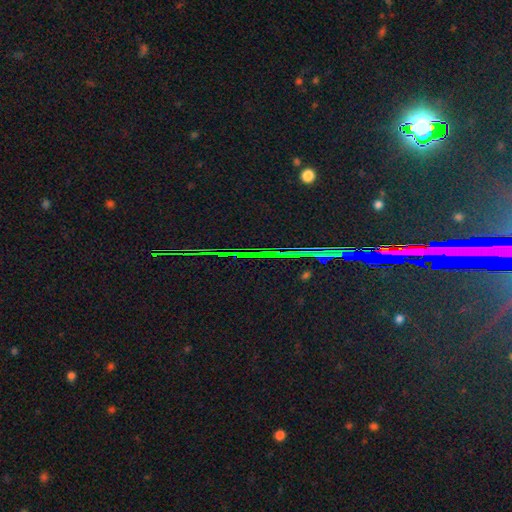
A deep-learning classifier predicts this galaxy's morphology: Smooth or featured? star or artifact (84%)